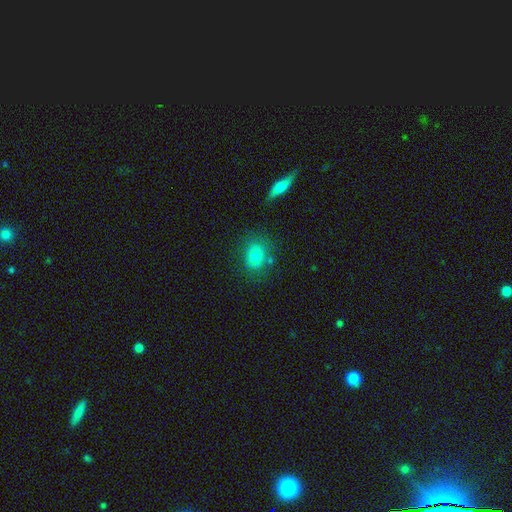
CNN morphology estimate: Smooth or featured?
  - smooth: 78% *
  - featured or disk: 12%
  - star or artifact: 10%
How rounded?
  - round: 53% *
  - in between: 45%
  - cigar-shaped: 1%
Merging?
  - none: 70% *
  - minor disturbance: 16%
  - merger: 8%
  - major disturbance: 6%